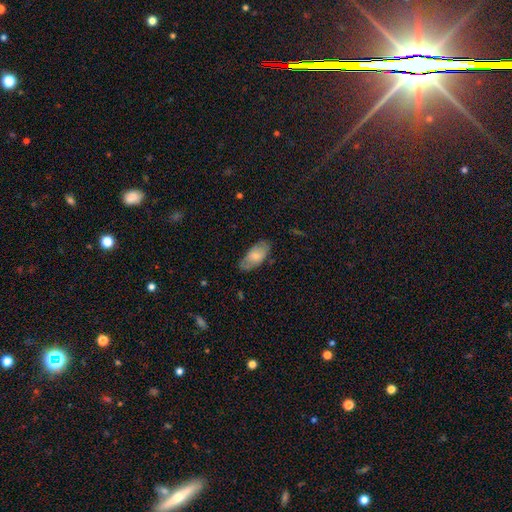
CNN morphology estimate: Q: Smooth or featured?
A: smooth (67%); runner-up: featured or disk (27%)
Q: How rounded?
A: in between (91%); runner-up: cigar-shaped (6%)
Q: Merging?
A: none (72%); runner-up: minor disturbance (22%)